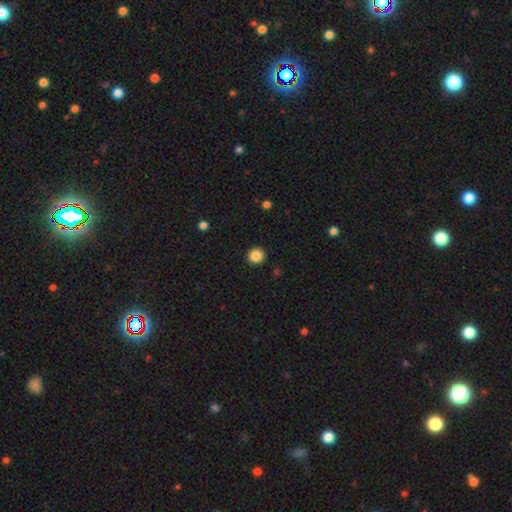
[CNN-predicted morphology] A smooth galaxy with no disk features (86%) that is round (94%). Merging: none (93%).